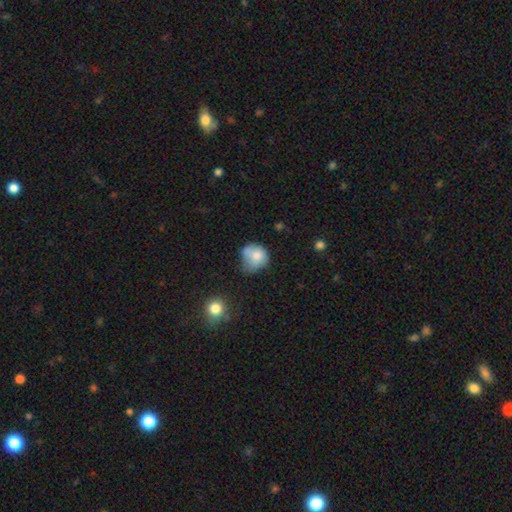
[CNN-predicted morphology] Smooth or featured: smooth — 72% (featured or disk — 18%)
How rounded: round — 67% (in between — 32%)
Merging: none — 33% (minor disturbance — 31%)